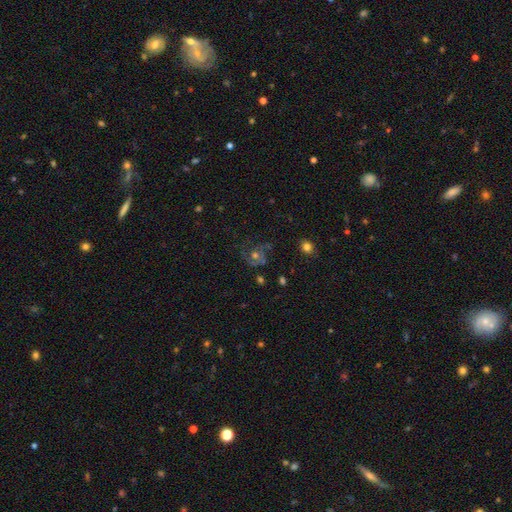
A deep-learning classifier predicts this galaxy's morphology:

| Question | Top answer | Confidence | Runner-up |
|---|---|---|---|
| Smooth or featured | featured or disk | 61% | star or artifact (20%) |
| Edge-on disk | no | 97% | yes (3%) |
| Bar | no | 80% | weak (16%) |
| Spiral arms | yes | 82% | no (18%) |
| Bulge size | moderate | 58% | small (28%) |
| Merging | none | 58% | major disturbance (21%) |